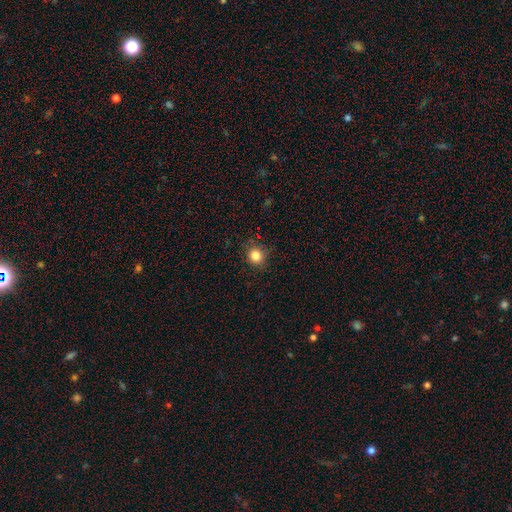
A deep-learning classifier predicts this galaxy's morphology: A smooth galaxy with no disk features (84%) that is round (89%). Merging: none (86%).